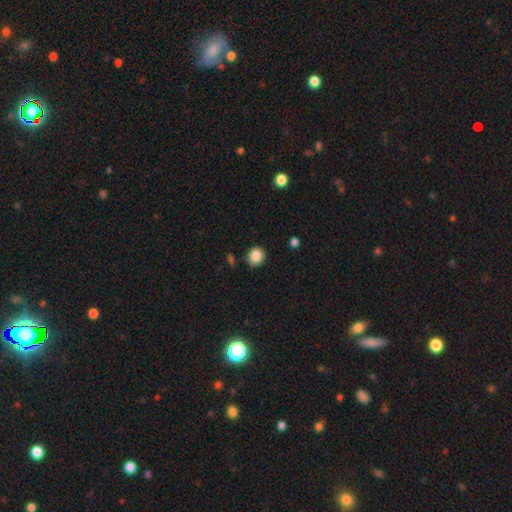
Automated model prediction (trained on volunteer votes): Overall: smooth (86%). How rounded: round (80%). Merging: none (85%).